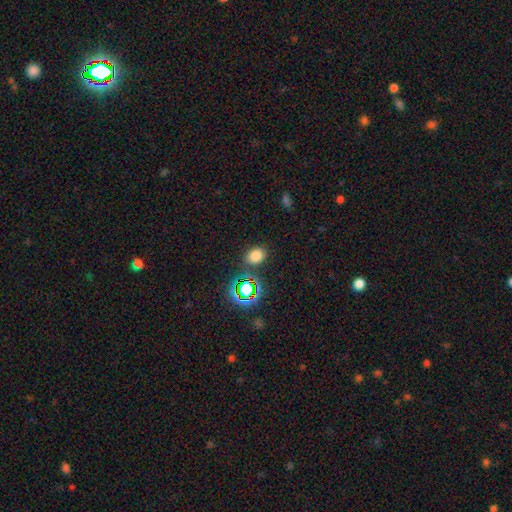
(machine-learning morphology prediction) smooth-or-featured: smooth: 72% | star or artifact: 21% | featured or disk: 6%
  how-rounded: in between: 61% | round: 37% | cigar-shaped: 1%
  merging: none: 81% | minor disturbance: 11% | merger: 4% | major disturbance: 4%